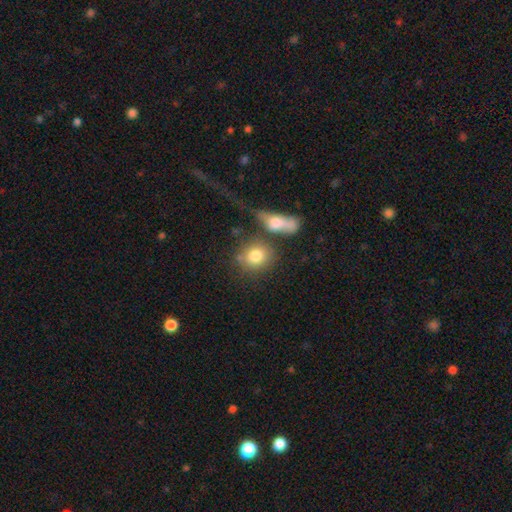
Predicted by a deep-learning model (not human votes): Morphology: type=smooth (78%); roundness=round (69%); merging=none (52%).